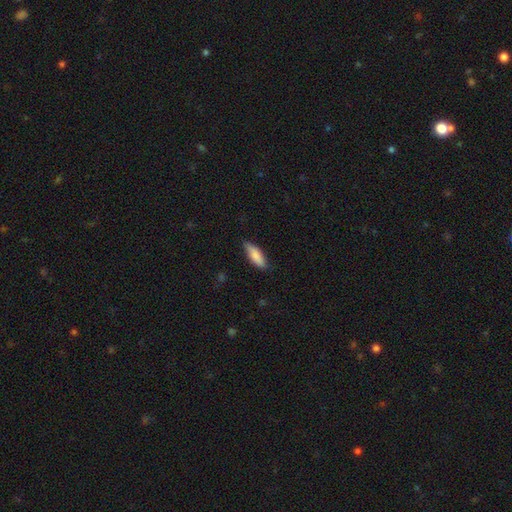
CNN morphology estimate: type=smooth (84%); roundness=in between (57%); merging=none (76%).